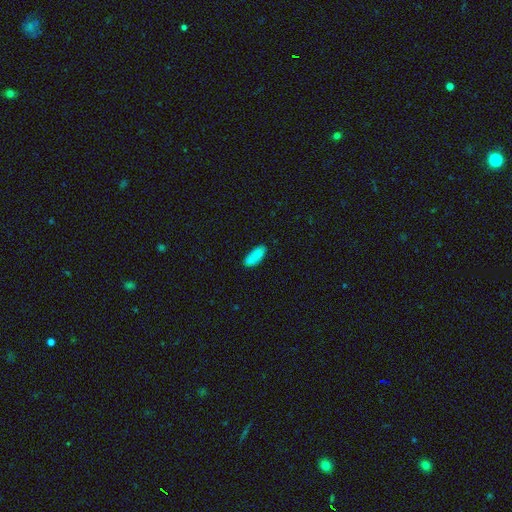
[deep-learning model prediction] Smooth or featured? Predicted: smooth (p=0.80). How rounded? Predicted: in between (p=0.85). Merging? Predicted: none (p=0.69).